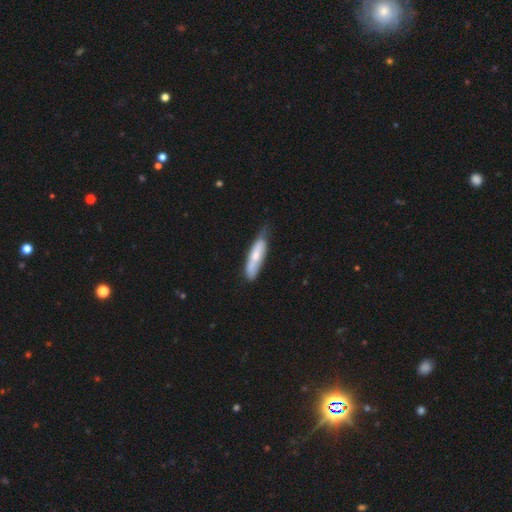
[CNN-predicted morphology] This appears to be a smooth galaxy with no disk features (62%) that is cigar-shaped (67%). Merging: none (49%).